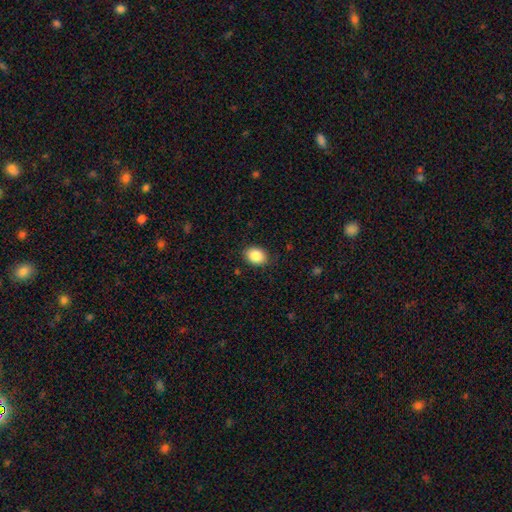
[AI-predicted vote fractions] Overall: smooth (87%). How rounded: in between (67%; round 33%). Merging: none (86%).